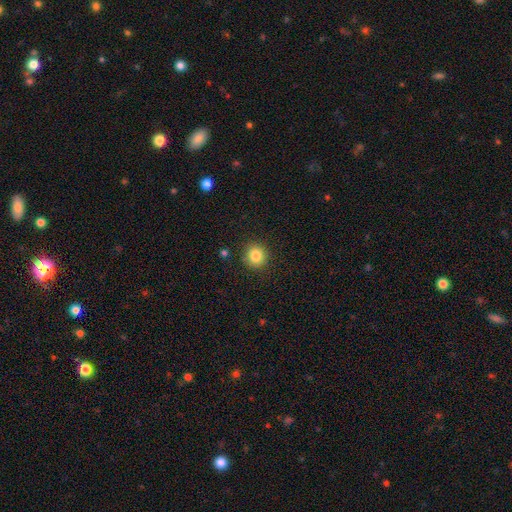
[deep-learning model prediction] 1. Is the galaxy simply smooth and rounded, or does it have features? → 83% smooth, 10% star or artifact, 6% featured or disk.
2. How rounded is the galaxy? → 91% round, 8% in between, 1% cigar-shaped.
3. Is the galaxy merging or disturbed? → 90% none, 6% minor disturbance, 2% major disturbance, 1% merger.